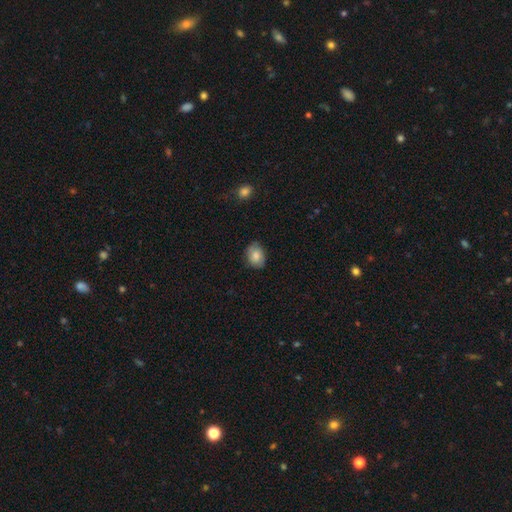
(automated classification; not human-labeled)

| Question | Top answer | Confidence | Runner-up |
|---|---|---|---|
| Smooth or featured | smooth | 82% | featured or disk (10%) |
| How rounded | in between | 65% | round (34%) |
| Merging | none | 76% | minor disturbance (20%) |